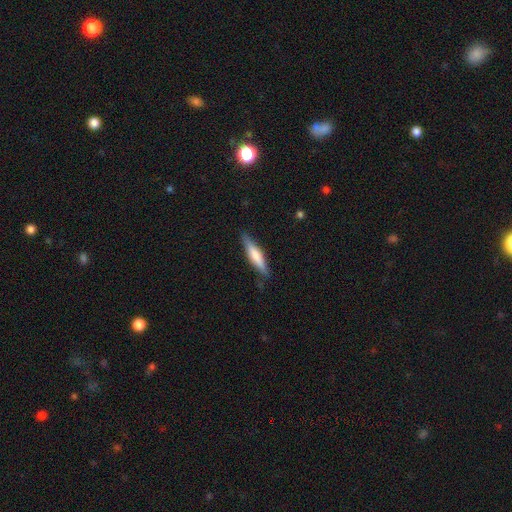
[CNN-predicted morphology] This is possibly a smooth galaxy (60%). How rounded: likely cigar-shaped (79%). Merging: clearly none (84%).